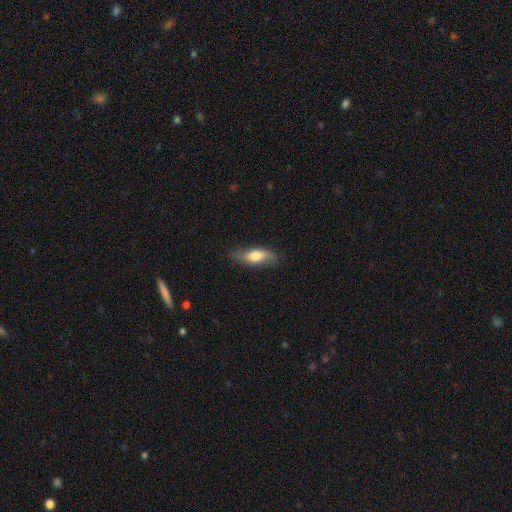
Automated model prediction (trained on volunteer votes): Q: Smooth or featured?
A: smooth (68%); runner-up: featured or disk (26%)
Q: How rounded?
A: in between (66%); runner-up: cigar-shaped (30%)
Q: Merging?
A: none (73%); runner-up: minor disturbance (21%)